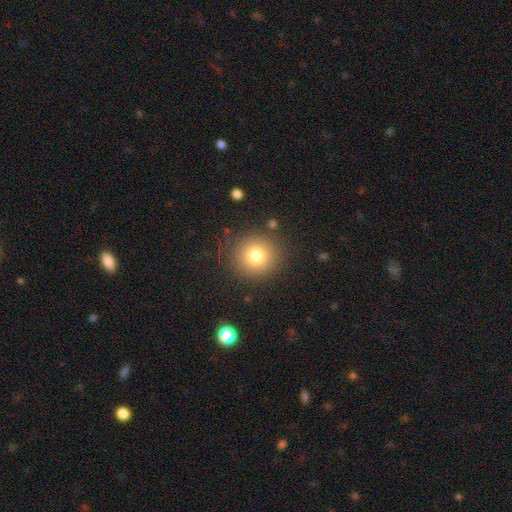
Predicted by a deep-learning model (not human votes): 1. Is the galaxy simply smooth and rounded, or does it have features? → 78% smooth, 13% star or artifact, 9% featured or disk.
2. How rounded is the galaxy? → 92% round, 7% in between, 1% cigar-shaped.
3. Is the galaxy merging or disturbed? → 86% none, 8% minor disturbance, 4% major disturbance, 2% merger.